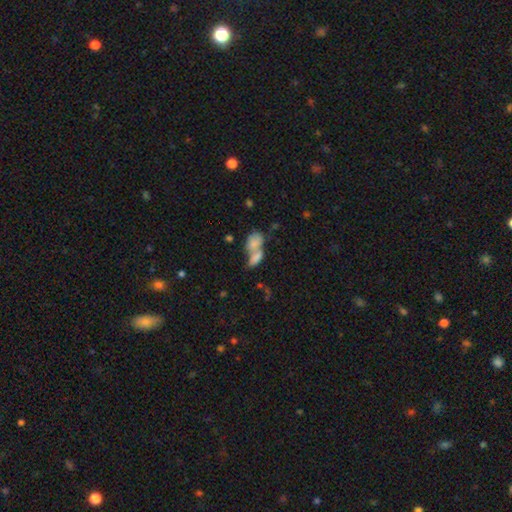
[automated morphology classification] Smooth or featured? smooth (76%)
How rounded? in between (84%)
Merging? merger (70%)